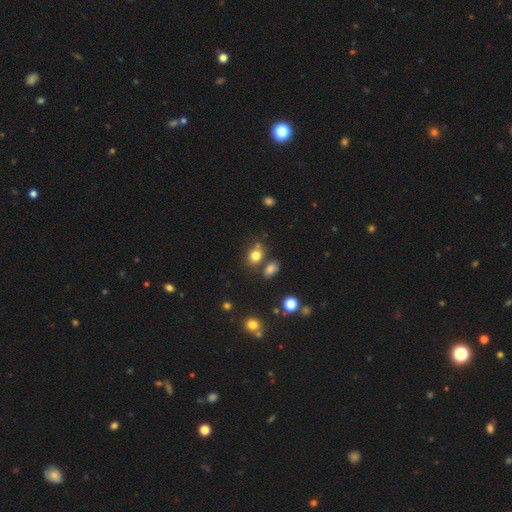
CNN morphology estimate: type=smooth (79%); roundness=round (52%); merging=none (65%).